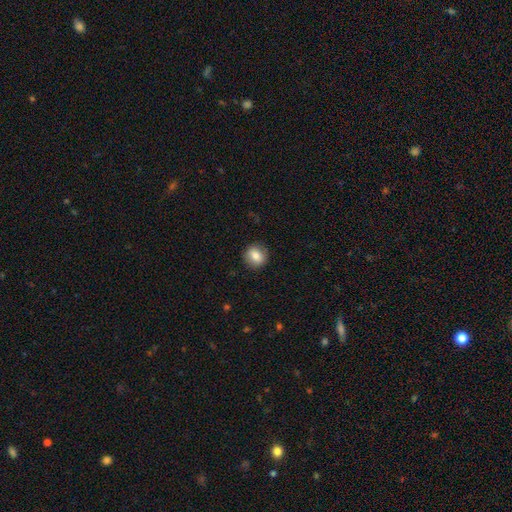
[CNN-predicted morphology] smooth-or-featured: smooth: 79% | featured or disk: 13% | star or artifact: 9%
  how-rounded: round: 83% | in between: 16% | cigar-shaped: 1%
  merging: none: 87% | minor disturbance: 9% | major disturbance: 3% | merger: 1%